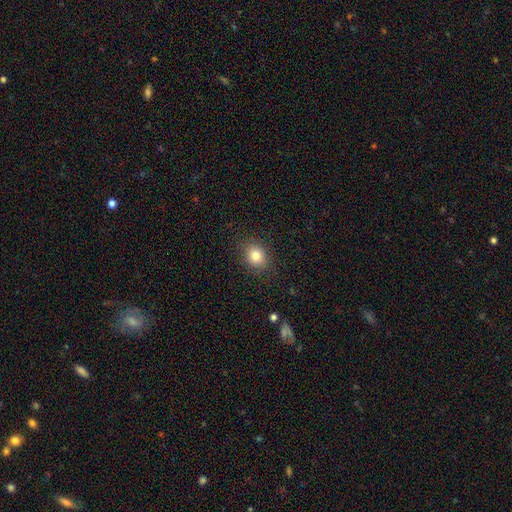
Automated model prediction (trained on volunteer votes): Q: Smooth or featured?
A: smooth (82%); runner-up: star or artifact (11%)
Q: How rounded?
A: round (56%); runner-up: in between (43%)
Q: Merging?
A: none (86%); runner-up: minor disturbance (10%)